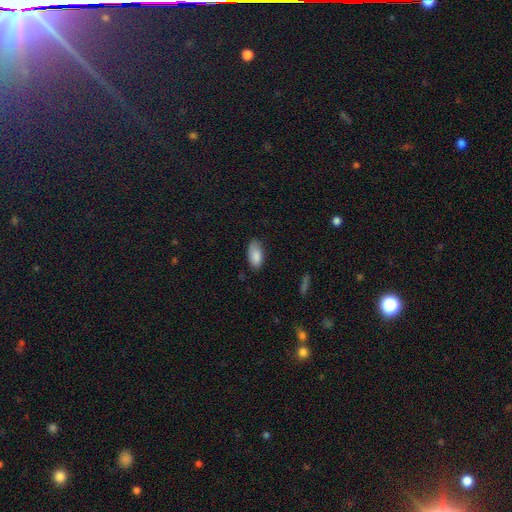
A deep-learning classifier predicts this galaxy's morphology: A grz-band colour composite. It shows a smooth galaxy with no disk features (86%) that is in between round and cigar-shaped (93%). Merging: none (73%).